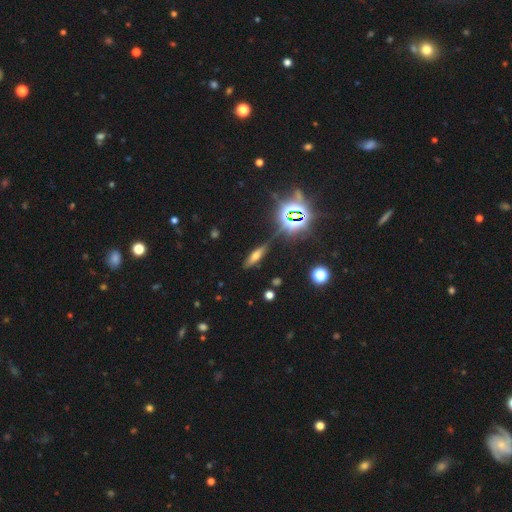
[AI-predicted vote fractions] Smooth or featured: smooth — 45% (star or artifact — 28%)
Merging: none — 79% (minor disturbance — 14%)